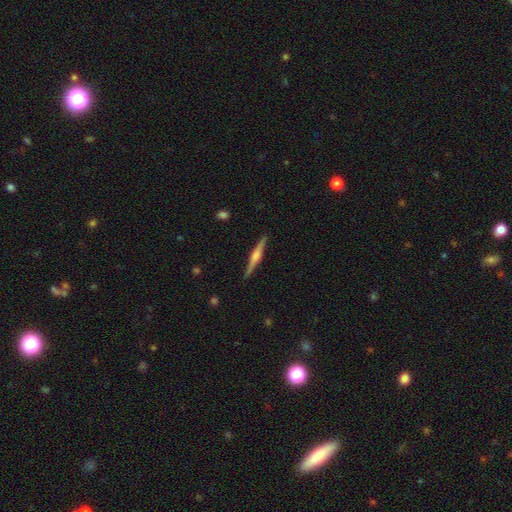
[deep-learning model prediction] Q: Smooth or featured?
A: featured or disk (73%); runner-up: smooth (21%)
Q: Edge-on disk?
A: yes (98%); runner-up: no (2%)
Q: Edge-on bulge?
A: rounded (78%); runner-up: boxy (15%)
Q: Merging?
A: none (91%); runner-up: minor disturbance (6%)